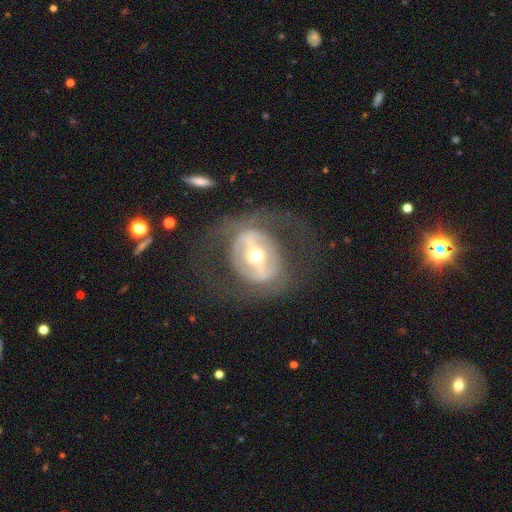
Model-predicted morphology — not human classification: This appears to be a featured or disk galaxy (75%) with a strong bar (54%), no spiral arms (61%) and a moderate central bulge (58%). Merging: none (63%).